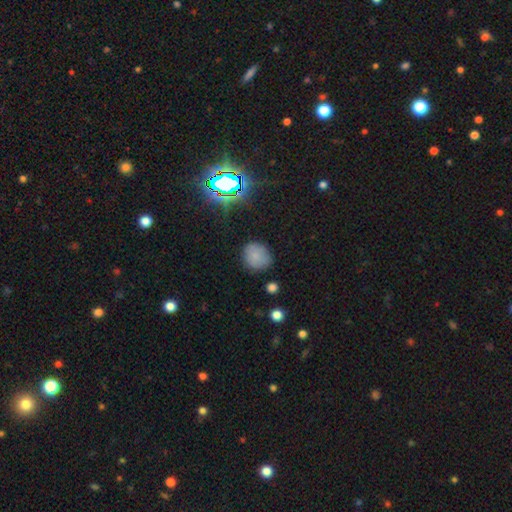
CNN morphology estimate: A smooth galaxy with no disk features (78%) that is round (81%).

Vote fractions:
- Smooth or featured? smooth: 78% / star or artifact: 14% / featured or disk: 8%
- How rounded? round: 81% / in between: 18% / cigar-shaped: 1%
- Merging? none: 80% / minor disturbance: 14% / major disturbance: 4% / merger: 2%